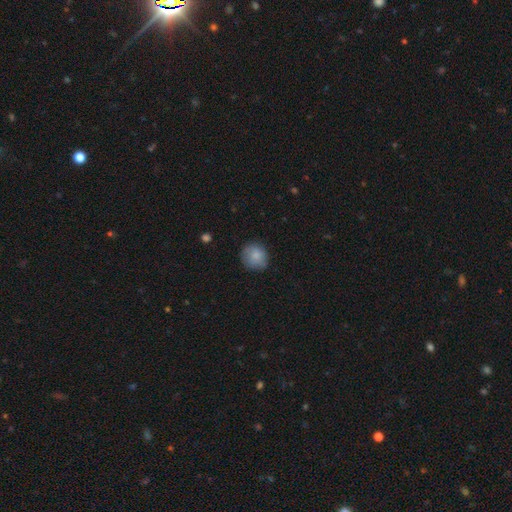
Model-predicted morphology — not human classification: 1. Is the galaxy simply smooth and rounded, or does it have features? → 84% smooth, 9% featured or disk, 7% star or artifact.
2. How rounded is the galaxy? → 87% round, 12% in between, 1% cigar-shaped.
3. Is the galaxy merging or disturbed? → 81% none, 15% minor disturbance, 3% major disturbance, 1% merger.